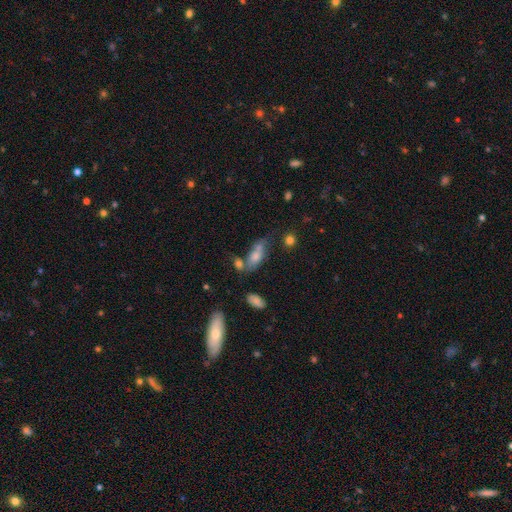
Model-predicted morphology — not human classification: smooth-or-featured: smooth: 68% | featured or disk: 21% | star or artifact: 11%
  how-rounded: in between: 77% | cigar-shaped: 17% | round: 6%
  merging: none: 38% | merger: 29% | minor disturbance: 21% | major disturbance: 12%